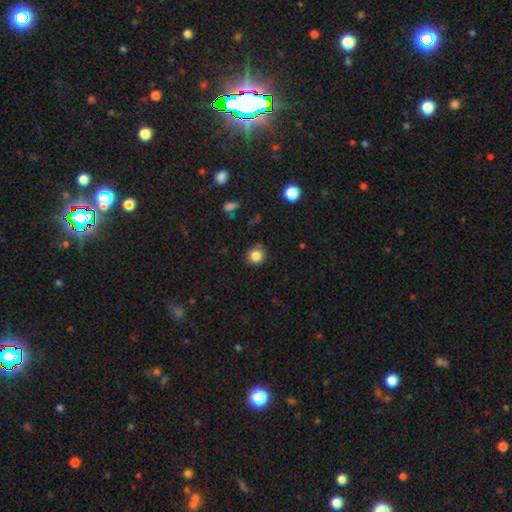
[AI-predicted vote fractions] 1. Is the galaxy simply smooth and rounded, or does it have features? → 84% smooth, 11% star or artifact, 5% featured or disk.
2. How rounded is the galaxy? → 91% round, 8% in between, 1% cigar-shaped.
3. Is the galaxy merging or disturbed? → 85% none, 11% minor disturbance, 3% major disturbance, 2% merger.